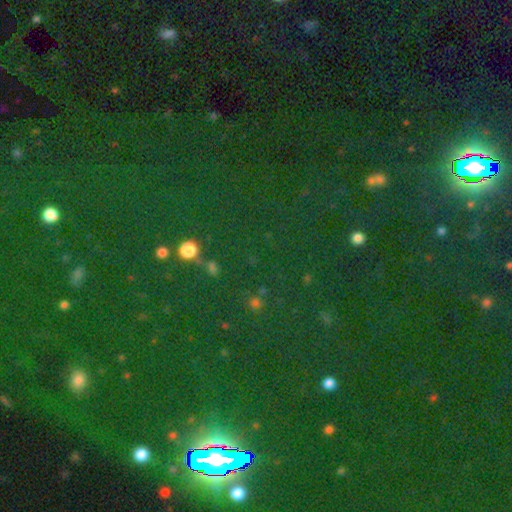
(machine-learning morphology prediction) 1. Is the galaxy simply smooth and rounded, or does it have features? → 75% star or artifact, 16% smooth, 8% featured or disk.